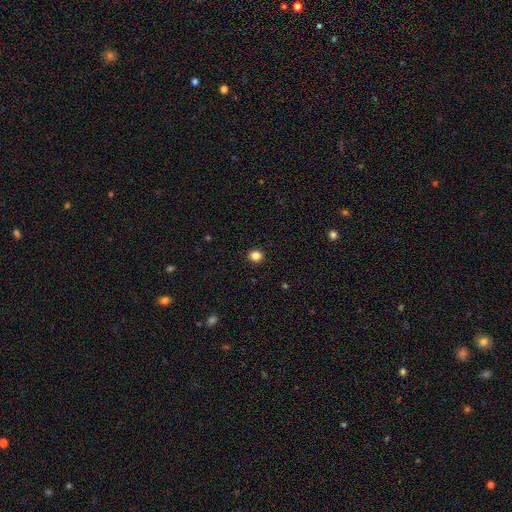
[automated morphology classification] This appears to be a smooth galaxy with no disk features (84%) that is round (84%). Merging: none (92%).